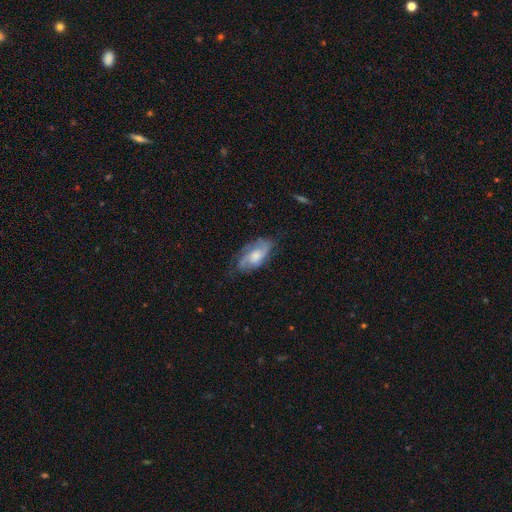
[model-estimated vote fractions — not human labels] A featured or disk galaxy (63%) with no bar (69%), 2 (48%) medium (44%) spiral arms (88%) and a moderate central bulge (50%). Merging: none (65%).